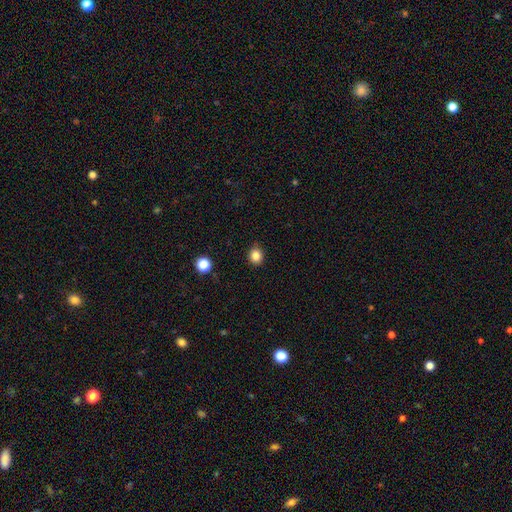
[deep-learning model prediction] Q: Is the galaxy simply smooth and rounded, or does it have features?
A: smooth — 84%.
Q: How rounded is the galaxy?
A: round — 79%.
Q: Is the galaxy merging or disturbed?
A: none — 87%.